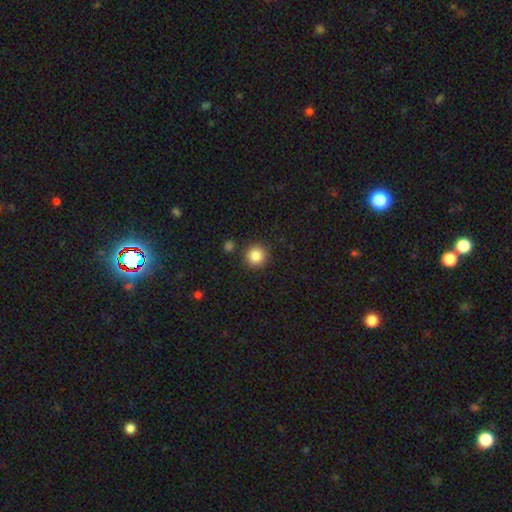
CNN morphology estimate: smooth-or-featured: smooth: 86% | star or artifact: 10% | featured or disk: 4%
  how-rounded: round: 94% | in between: 5% | cigar-shaped: 1%
  merging: none: 88% | minor disturbance: 6% | merger: 3% | major disturbance: 2%